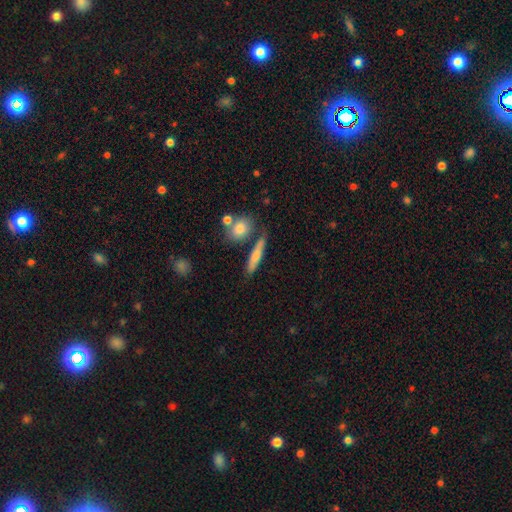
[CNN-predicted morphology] smooth-or-featured: smooth: 69% | featured or disk: 24% | star or artifact: 7%
  how-rounded: cigar-shaped: 77% | in between: 18% | round: 4%
  merging: none: 72% | minor disturbance: 13% | merger: 11% | major disturbance: 4%